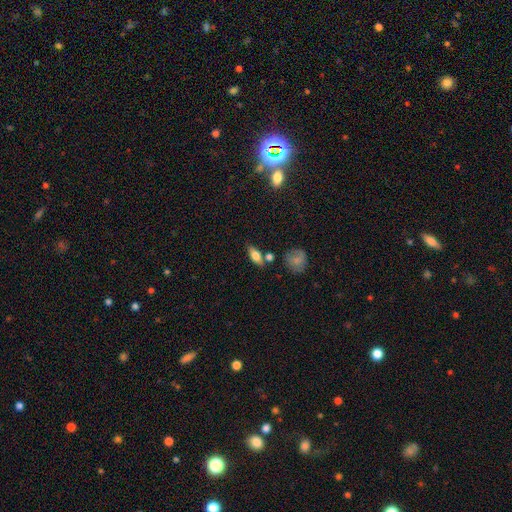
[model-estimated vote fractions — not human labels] Smooth or featured: smooth — 65% (featured or disk — 26%)
How rounded: in between — 74% (cigar-shaped — 20%)
Merging: none — 74% (minor disturbance — 13%)